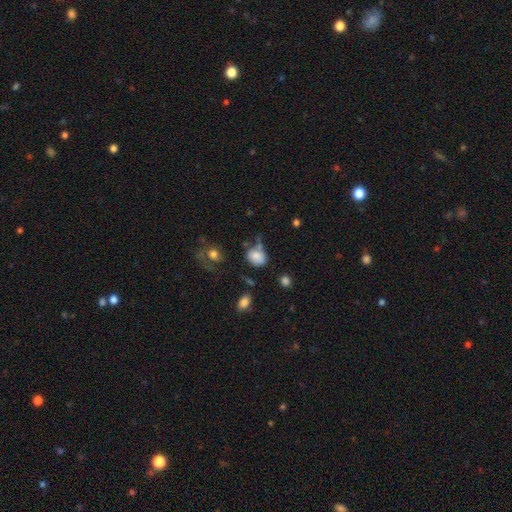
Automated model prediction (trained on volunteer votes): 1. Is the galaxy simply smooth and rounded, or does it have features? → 79% smooth, 11% featured or disk, 10% star or artifact.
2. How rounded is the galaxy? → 57% in between, 42% round, 1% cigar-shaped.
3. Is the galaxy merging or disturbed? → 47% none, 25% minor disturbance, 15% merger, 13% major disturbance.